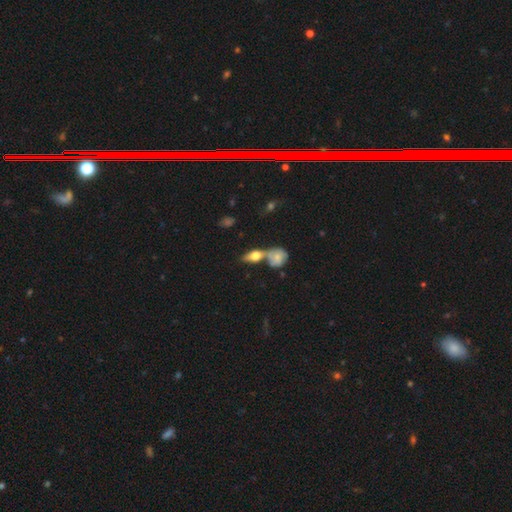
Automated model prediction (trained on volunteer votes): The model was most divided on "merging": merger: 45%, none: 40%, minor disturbance: 11%, major disturbance: 5%. More confident: how rounded — in between (70%); smooth or featured — smooth (61%).